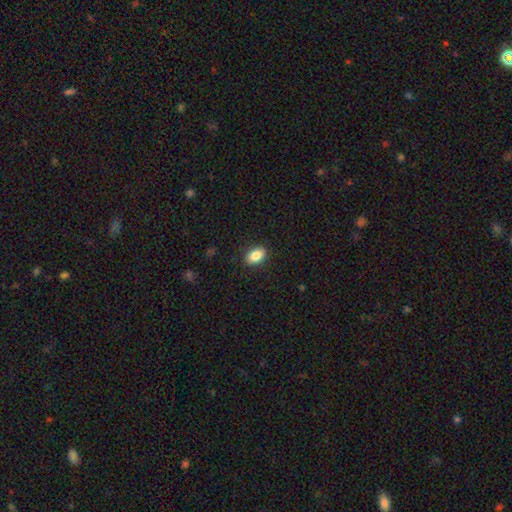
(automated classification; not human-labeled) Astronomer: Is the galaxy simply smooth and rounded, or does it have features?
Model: smooth — 85%.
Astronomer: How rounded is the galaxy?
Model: in between — 89%.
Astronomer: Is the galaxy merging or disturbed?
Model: none — 89%.